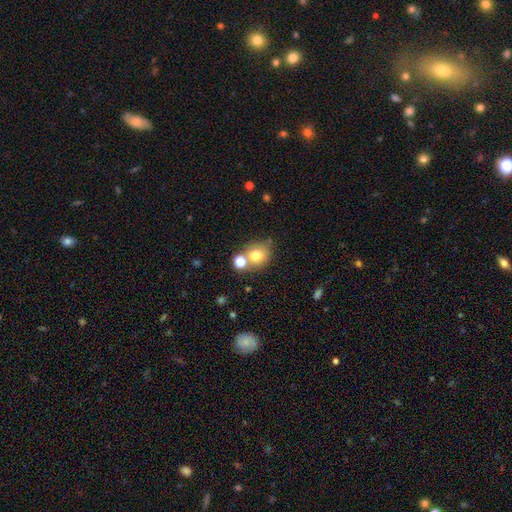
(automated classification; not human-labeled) smooth 74%, star or artifact 13%, featured or disk 13%. Down the decision tree: how rounded — round (74%); merging — none (57%).